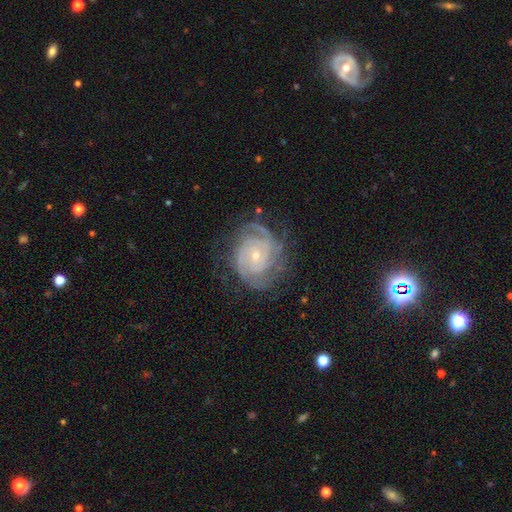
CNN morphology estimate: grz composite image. It shows a featured or disk galaxy (88%) with no bar (69%), 2 (29%) tight (72%) spiral arms (97%) and a small central bulge (73%). Merging: none (70%).